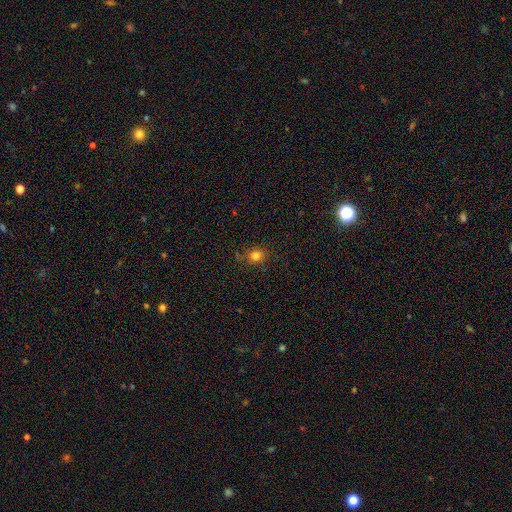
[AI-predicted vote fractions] Smooth or featured: smooth — 78% (star or artifact — 16%)
How rounded: round — 78% (in between — 21%)
Merging: none — 83% (minor disturbance — 12%)